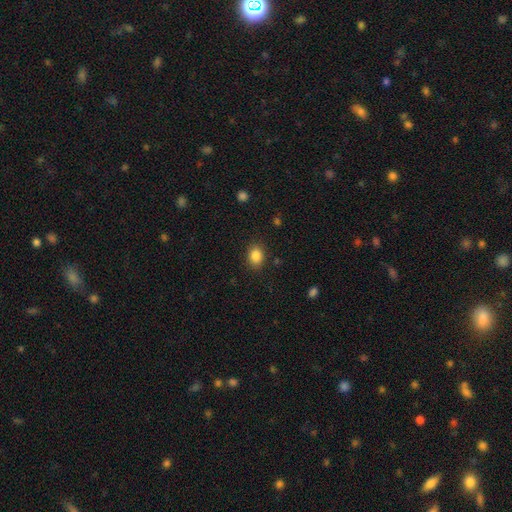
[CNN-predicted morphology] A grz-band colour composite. It shows a smooth galaxy with no disk features (86%) that is in between round and cigar-shaped (59%). Merging: none (86%).